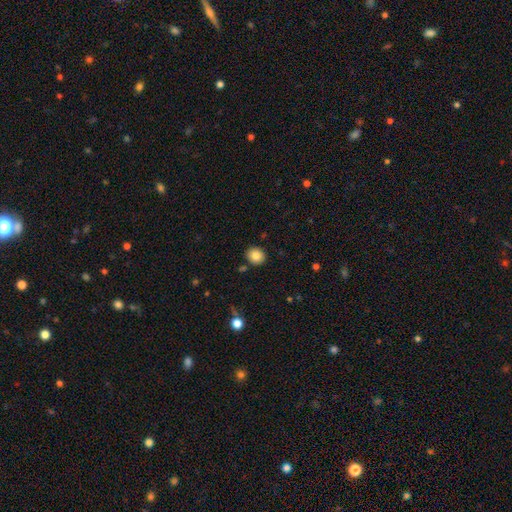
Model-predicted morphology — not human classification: smooth-or-featured: smooth: 83% | star or artifact: 9% | featured or disk: 7%
  how-rounded: round: 80% | in between: 19% | cigar-shaped: 1%
  merging: none: 89% | minor disturbance: 7% | merger: 2% | major disturbance: 2%